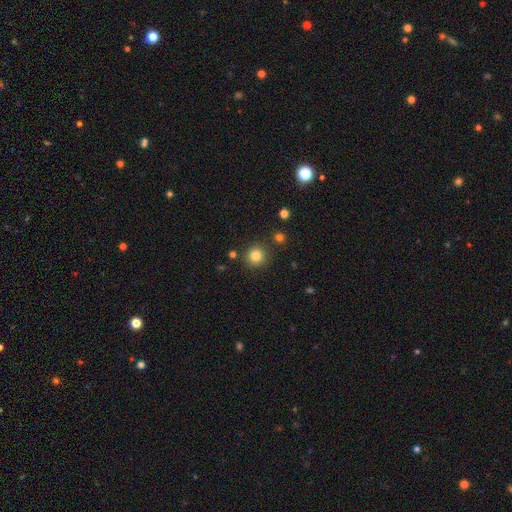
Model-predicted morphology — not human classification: Smooth or featured: smooth — 82% (star or artifact — 12%)
How rounded: round — 93% (in between — 6%)
Merging: none — 87% (minor disturbance — 7%)